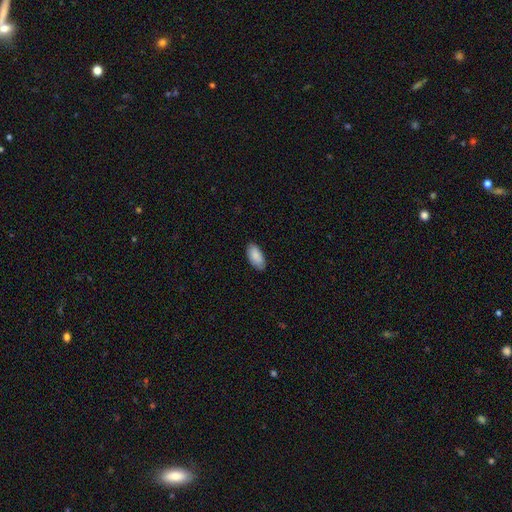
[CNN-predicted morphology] A smooth galaxy with no disk features (89%) that is in between round and cigar-shaped (94%). Merging: none (84%).